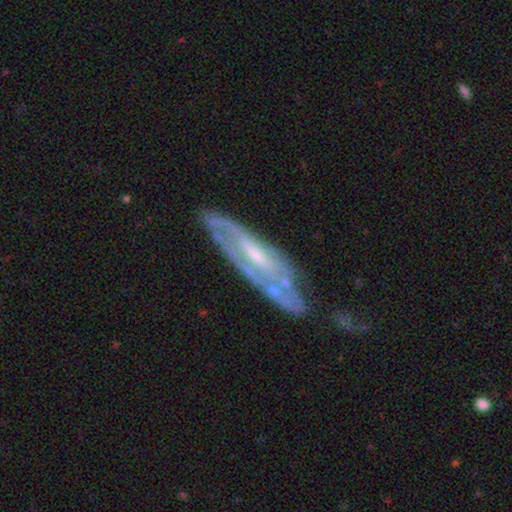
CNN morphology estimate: Smooth or featured: featured or disk — 77% (smooth — 16%)
Edge-on disk: no — 68% (yes — 32%)
Bar: weak — 42% (no — 40%)
Spiral arms: yes — 74% (no — 26%)
Bulge size: small — 46% (moderate — 39%)
Merging: none — 65% (minor disturbance — 22%)